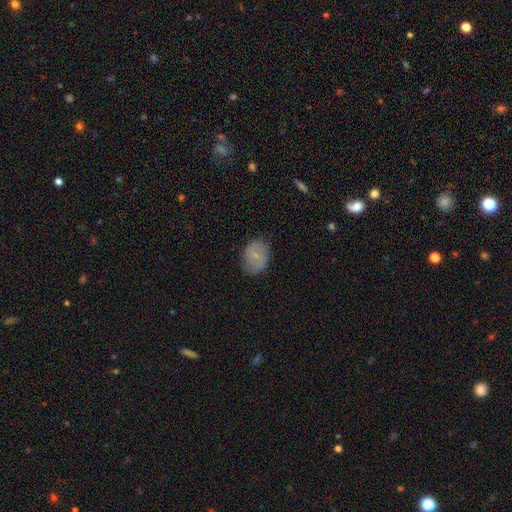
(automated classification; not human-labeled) Smooth or featured: smooth — 59% (featured or disk — 33%)
How rounded: in between — 62% (round — 37%)
Merging: none — 76% (minor disturbance — 18%)